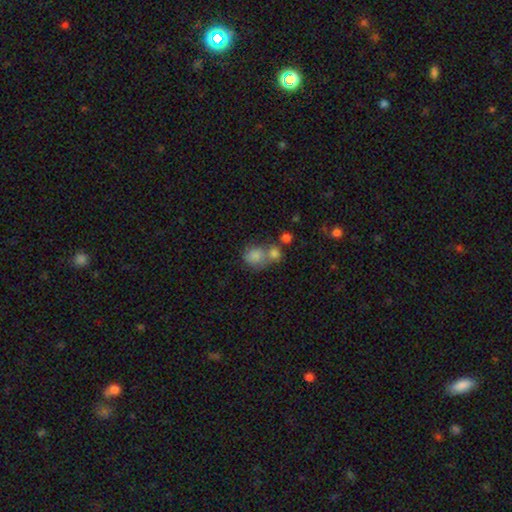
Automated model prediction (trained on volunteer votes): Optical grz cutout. It shows a smooth galaxy with no disk features (78%) that is round (73%). Merging: merger (43%).